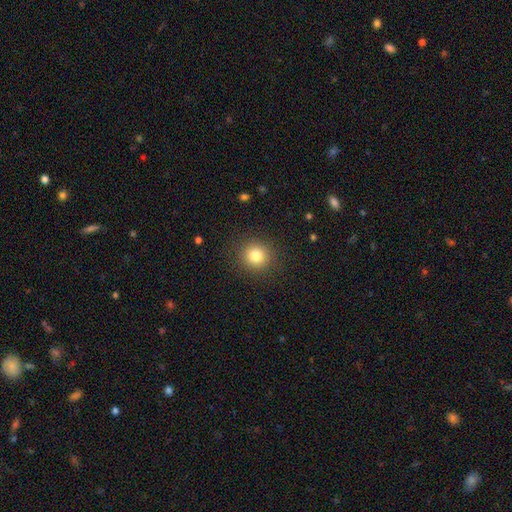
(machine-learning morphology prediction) smooth 81%, star or artifact 12%, featured or disk 7%. Down the decision tree: how rounded — round (91%); merging — none (90%).